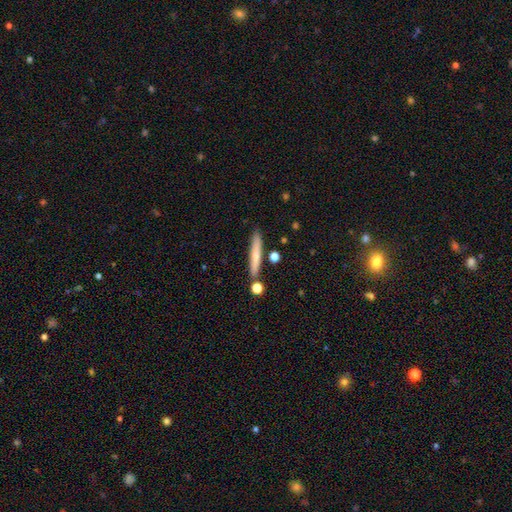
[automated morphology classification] Smooth or featured? Predicted: smooth (p=0.64). How rounded? Predicted: cigar-shaped (p=0.93). Merging? Predicted: none (p=0.82).